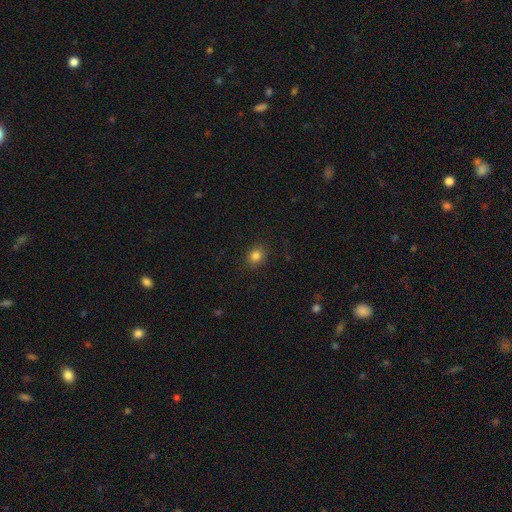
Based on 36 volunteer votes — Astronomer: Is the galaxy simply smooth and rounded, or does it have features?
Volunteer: smooth — 92%.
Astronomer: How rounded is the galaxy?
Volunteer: round — 64%.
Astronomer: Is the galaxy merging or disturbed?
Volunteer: none — 80%.